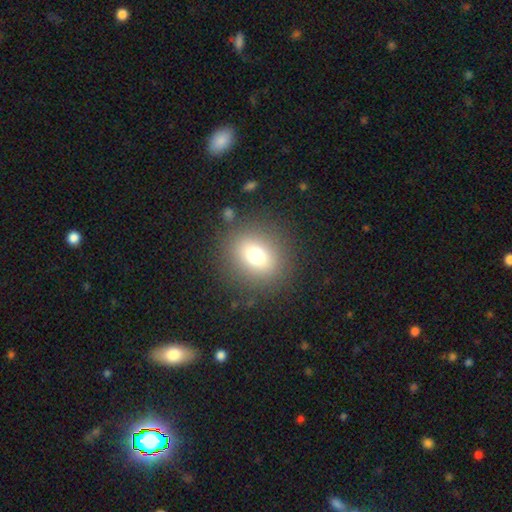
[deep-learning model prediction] Smooth or featured? Predicted: smooth (p=0.73). How rounded? Predicted: round (p=0.73). Merging? Predicted: none (p=0.85).